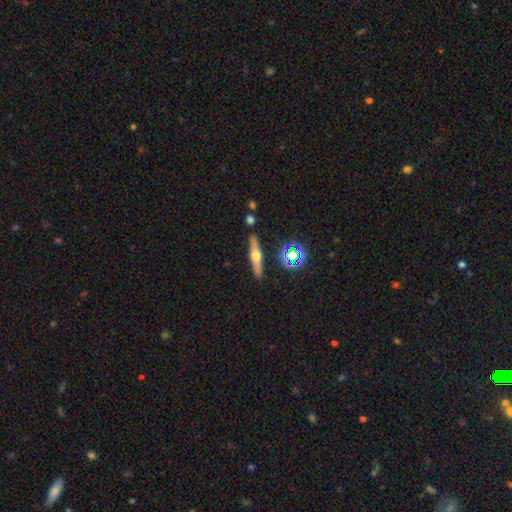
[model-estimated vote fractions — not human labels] A featured or disk galaxy (60%) viewed edge-on (94%) with a rounded central bulge (94%).

Vote fractions:
- Smooth or featured? featured or disk: 60% / smooth: 31% / star or artifact: 10%
- Edge-on disk? yes: 94% / no: 6%
- Edge-on bulge? rounded: 94% / boxy: 3% / none: 3%
- Merging? none: 88% / minor disturbance: 7% / merger: 3% / major disturbance: 2%